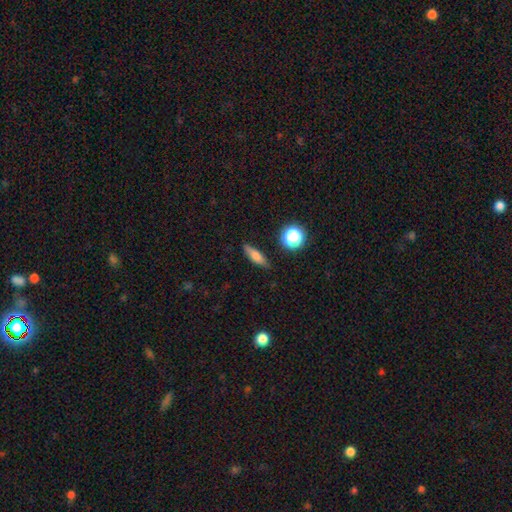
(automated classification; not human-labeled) A smooth galaxy with no disk features (72%) that is cigar-shaped (56%).

Vote fractions:
- Smooth or featured? smooth: 72% / featured or disk: 17% / star or artifact: 11%
- How rounded? cigar-shaped: 56% / in between: 37% / round: 8%
- Merging? none: 84% / minor disturbance: 12% / major disturbance: 3% / merger: 2%